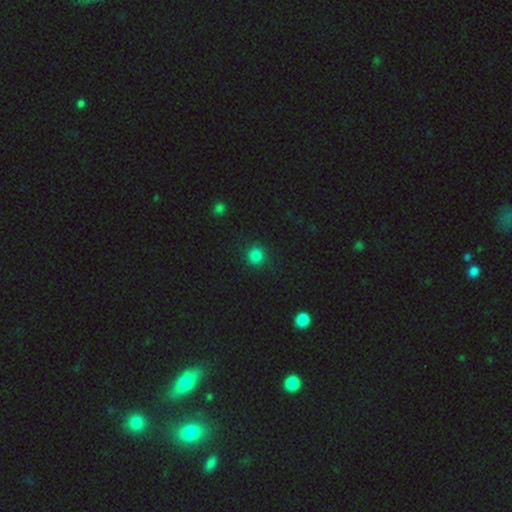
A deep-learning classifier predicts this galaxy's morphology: smooth_or_featured: smooth (p=0.83) [alt: star or artifact p=0.14]
how_rounded: round (p=0.93) [alt: in between p=0.06]
merging: none (p=0.89) [alt: minor disturbance p=0.07]